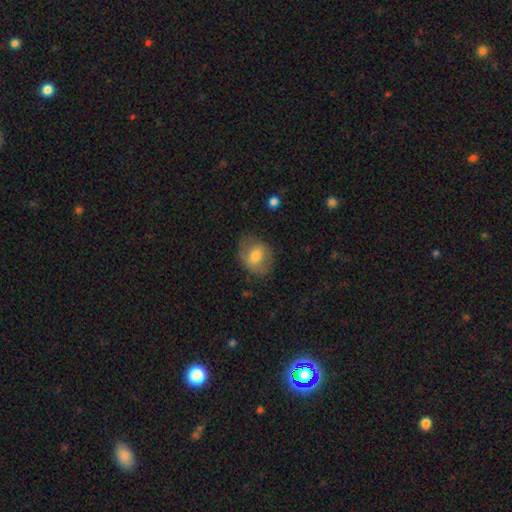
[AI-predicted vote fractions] Morphology: type=smooth (65%); roundness=in between (59%); merging=none (68%).